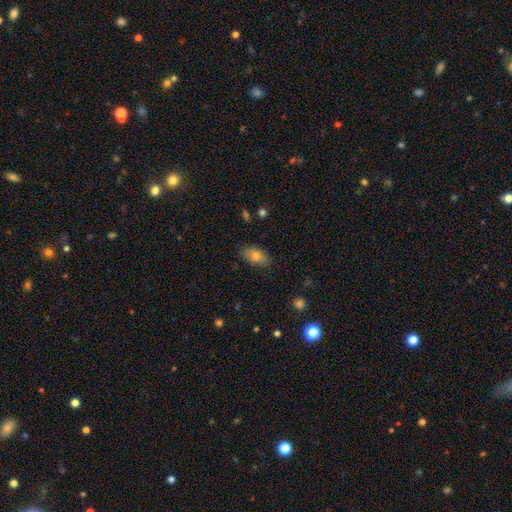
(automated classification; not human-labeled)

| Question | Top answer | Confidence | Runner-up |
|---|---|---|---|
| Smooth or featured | smooth | 78% | featured or disk (13%) |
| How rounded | in between | 89% | round (6%) |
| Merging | none | 84% | minor disturbance (12%) |